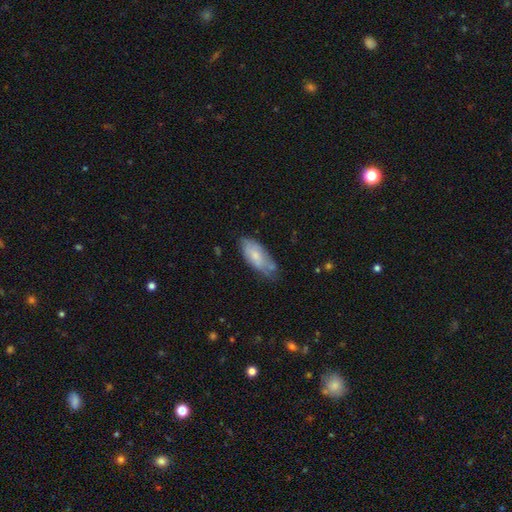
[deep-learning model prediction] Smooth or featured? smooth (64%)
How rounded? in between (83%)
Merging? none (51%)